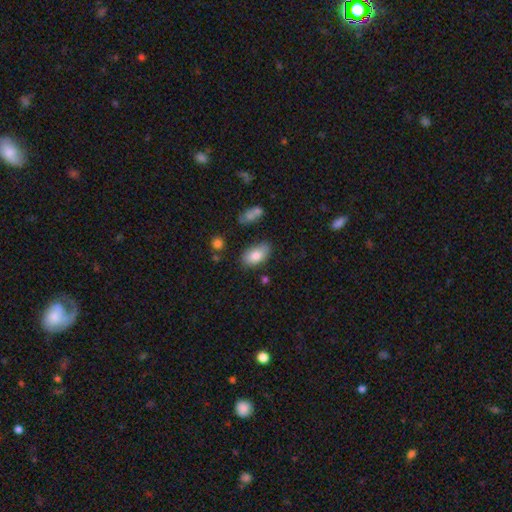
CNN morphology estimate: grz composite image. It shows a smooth galaxy with no disk features (83%) that is in between round and cigar-shaped (93%). Merging: none (75%).